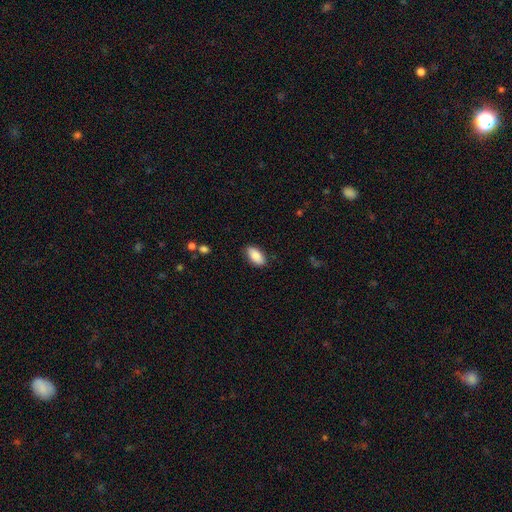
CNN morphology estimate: Q: Smooth or featured?
A: smooth (84%); runner-up: featured or disk (10%)
Q: How rounded?
A: in between (92%); runner-up: cigar-shaped (5%)
Q: Merging?
A: none (86%); runner-up: minor disturbance (11%)